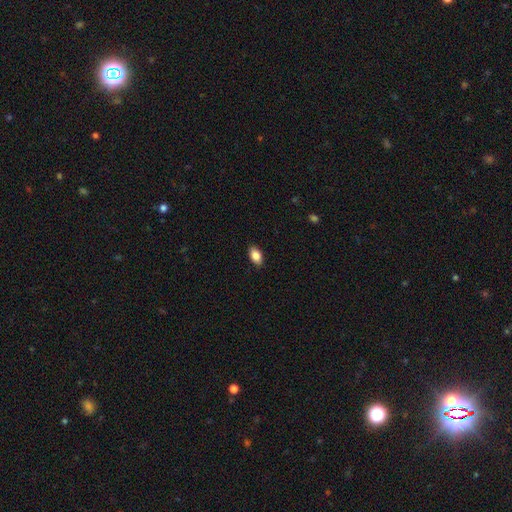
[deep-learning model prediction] A smooth galaxy with no disk features (85%) that is in between round and cigar-shaped (90%).

Vote fractions:
- Smooth or featured? smooth: 85% / star or artifact: 8% / featured or disk: 7%
- How rounded? in between: 90% / round: 7% / cigar-shaped: 2%
- Merging? none: 88% / minor disturbance: 9% / major disturbance: 2% / merger: 1%